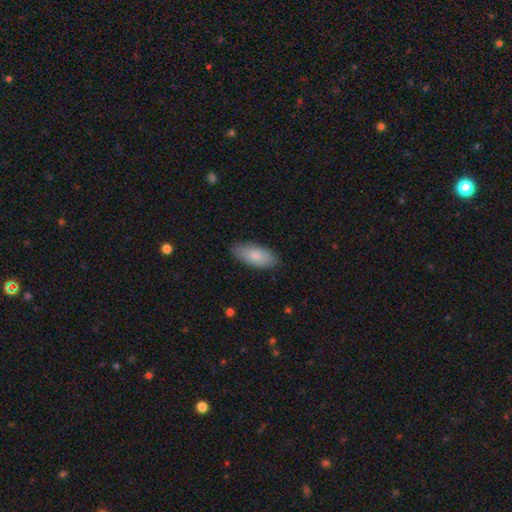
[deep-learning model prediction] Smooth or featured? Predicted: smooth (p=0.80). How rounded? Predicted: in between (p=0.88). Merging? Predicted: none (p=0.84).